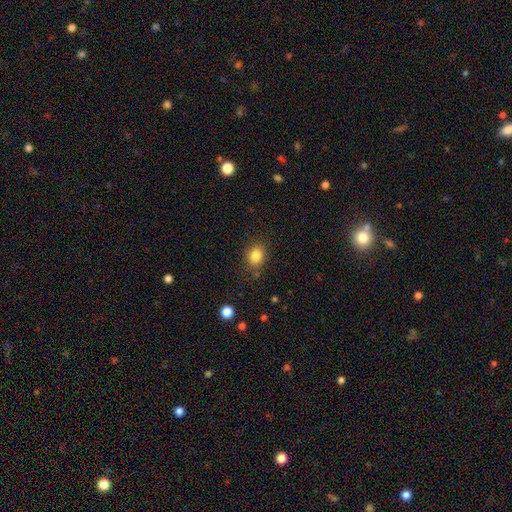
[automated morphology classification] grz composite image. It shows a smooth galaxy with no disk features (84%) that is round (61%). Merging: none (80%).